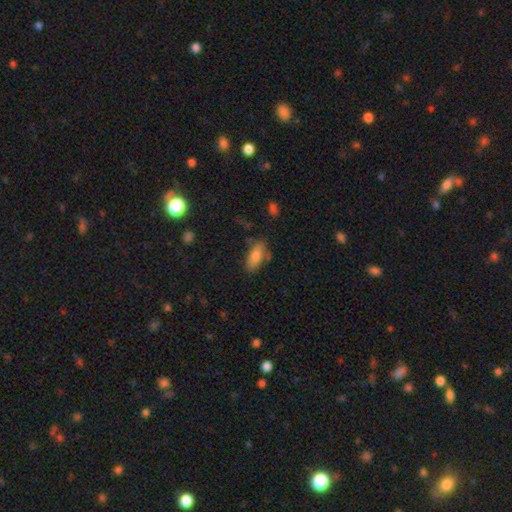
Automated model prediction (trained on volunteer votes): Smooth or featured? Predicted: smooth (p=0.78). How rounded? Predicted: in between (p=0.85). Merging? Predicted: none (p=0.62).